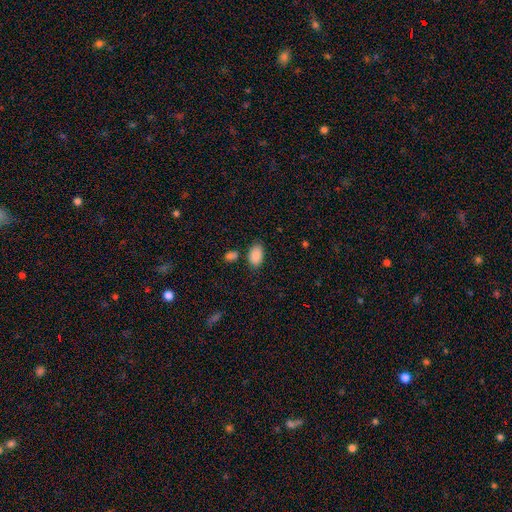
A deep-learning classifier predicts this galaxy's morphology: Smooth or featured?
  - smooth: 89% *
  - star or artifact: 7%
  - featured or disk: 4%
How rounded?
  - in between: 92% *
  - round: 7%
  - cigar-shaped: 1%
Merging?
  - none: 76% *
  - minor disturbance: 14%
  - merger: 6%
  - major disturbance: 4%